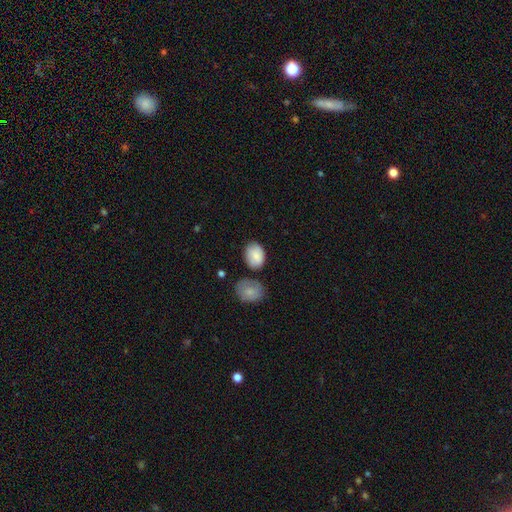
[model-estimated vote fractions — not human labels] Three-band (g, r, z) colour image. It shows a smooth galaxy with no disk features (84%) that is in between round and cigar-shaped (76%). Merging: none (64%).